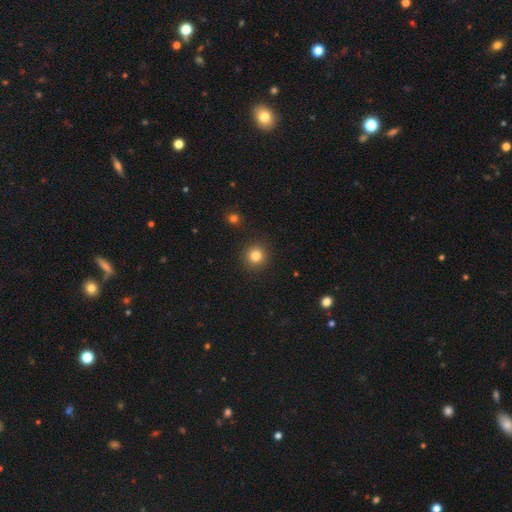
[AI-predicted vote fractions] Smooth or featured? smooth (83%)
How rounded? round (94%)
Merging? none (91%)